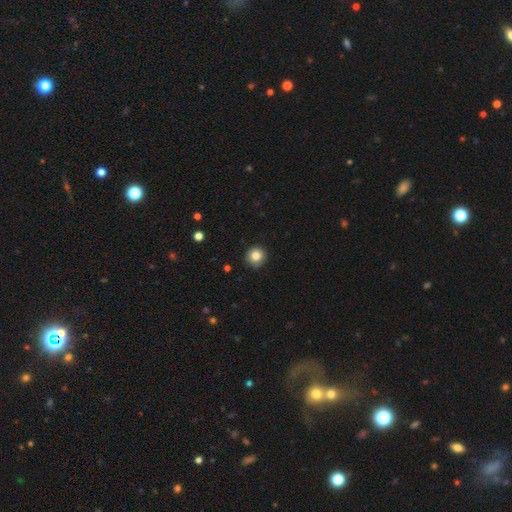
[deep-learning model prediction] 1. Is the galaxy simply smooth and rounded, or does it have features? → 83% smooth, 10% star or artifact, 7% featured or disk.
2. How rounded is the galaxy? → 93% round, 6% in between, 1% cigar-shaped.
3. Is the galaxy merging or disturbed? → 87% none, 10% minor disturbance, 2% major disturbance, 1% merger.